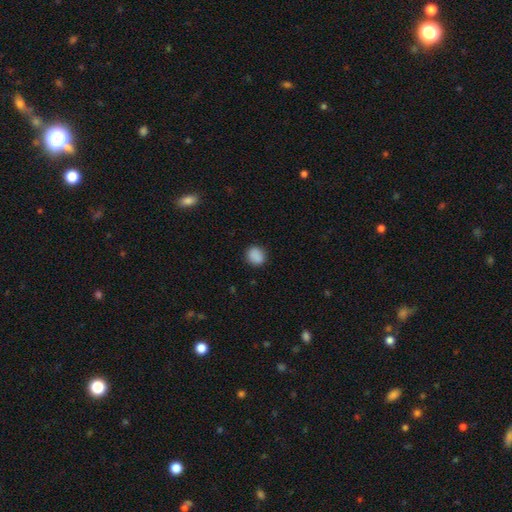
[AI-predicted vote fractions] Smooth or featured? Predicted: smooth (p=0.89). How rounded? Predicted: round (p=0.75). Merging? Predicted: none (p=0.88).